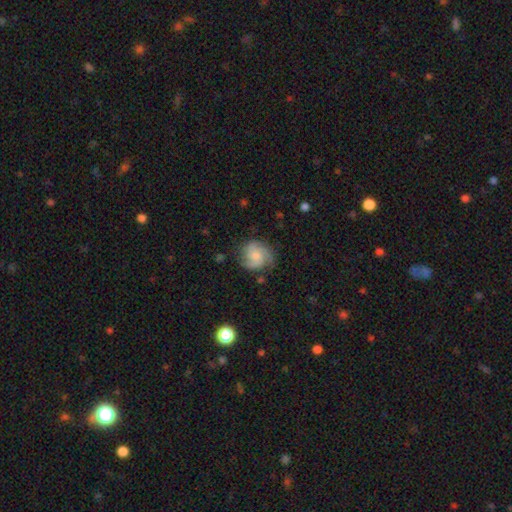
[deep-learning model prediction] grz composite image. It shows a featured or disk galaxy (70%) with no bar (65%), 2 (39%) medium (48%) spiral arms (95%) and a small central bulge (50%). Merging: none (70%).